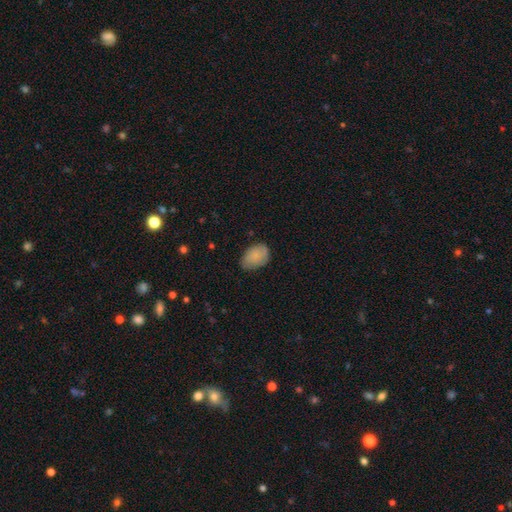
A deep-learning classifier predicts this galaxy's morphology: Overall: smooth (83%). How rounded: in between (87%). Merging: none (70%).